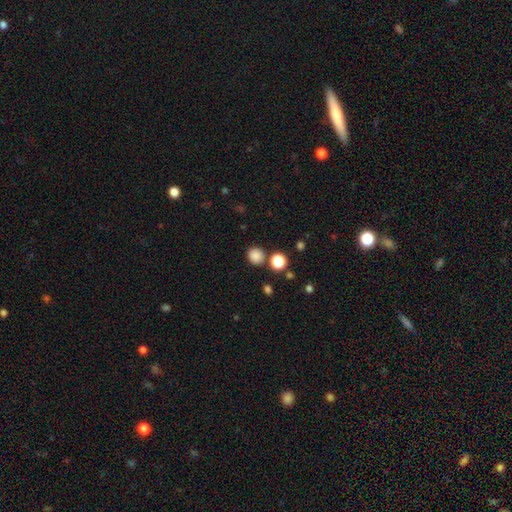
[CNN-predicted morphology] smooth-or-featured: smooth: 84% | star or artifact: 12% | featured or disk: 4%
  how-rounded: round: 88% | in between: 11% | cigar-shaped: 1%
  merging: none: 83% | minor disturbance: 8% | merger: 6% | major disturbance: 3%